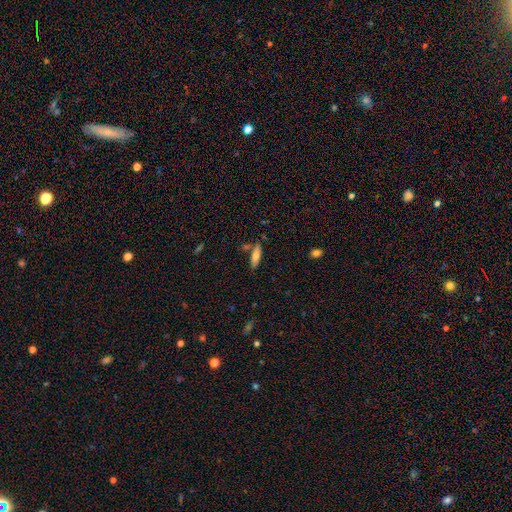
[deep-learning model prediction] Q: Smooth or featured?
A: smooth (73%); runner-up: featured or disk (20%)
Q: How rounded?
A: cigar-shaped (53%); runner-up: in between (45%)
Q: Merging?
A: none (72%); runner-up: minor disturbance (14%)